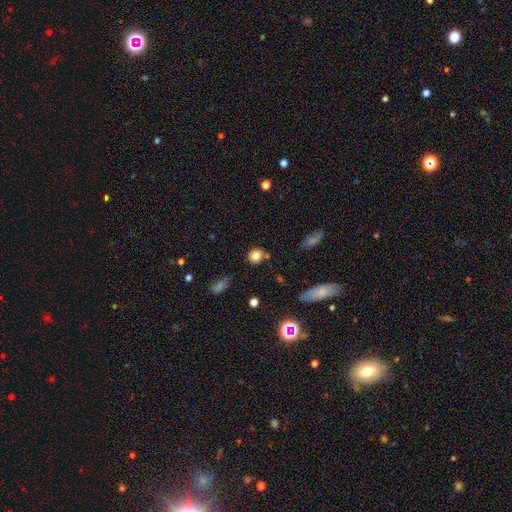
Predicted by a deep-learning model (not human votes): Overall: smooth (81%). How rounded: round (85%). Merging: none (78%).